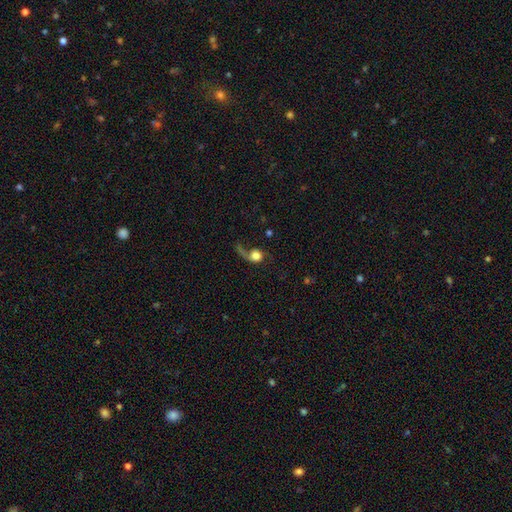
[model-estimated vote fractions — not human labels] smooth_or_featured: featured or disk (p=0.49) [alt: smooth p=0.41]
merging: major disturbance (p=0.43) [alt: none p=0.35]